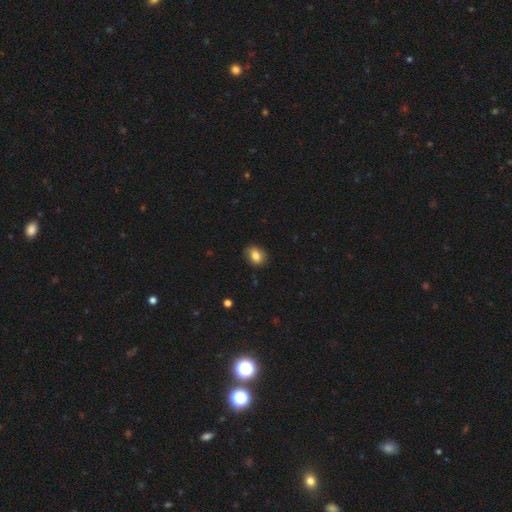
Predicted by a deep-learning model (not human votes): This appears to be a smooth galaxy with no disk features (82%) that is in between round and cigar-shaped (53%). Merging: none (77%).